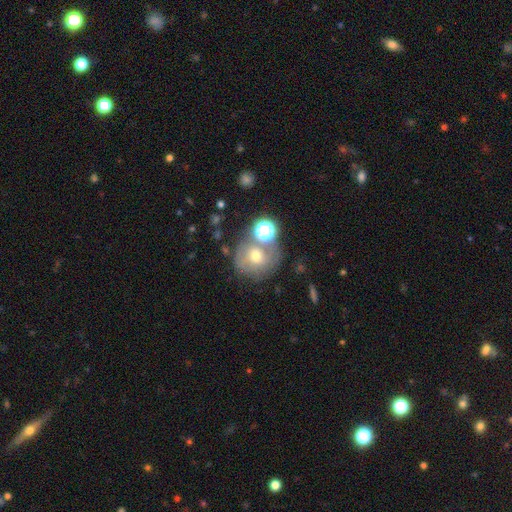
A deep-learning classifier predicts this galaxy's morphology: This is possibly a smooth galaxy (46%). Merging: possibly none (50%).